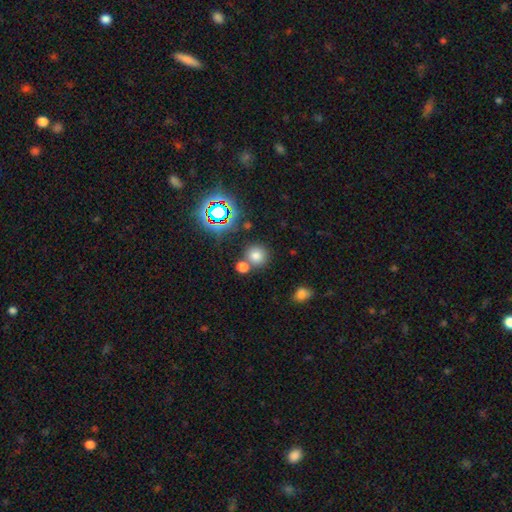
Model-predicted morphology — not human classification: smooth_or_featured: smooth (p=0.73) [alt: star or artifact p=0.19]
how_rounded: round (p=0.89) [alt: in between p=0.10]
merging: none (p=0.65) [alt: merger p=0.23]